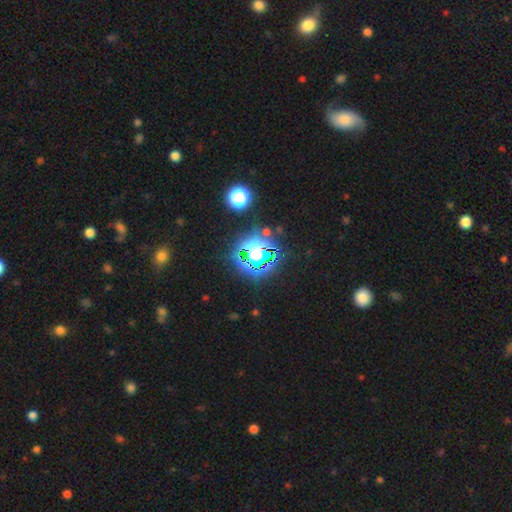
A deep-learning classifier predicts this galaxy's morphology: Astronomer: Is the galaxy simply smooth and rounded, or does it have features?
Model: star or artifact — 67%.